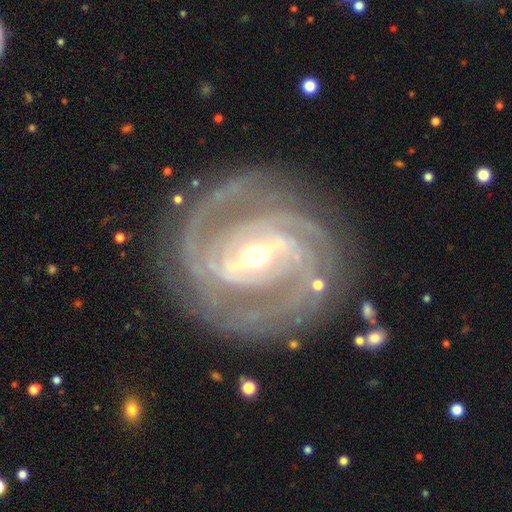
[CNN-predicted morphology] Q: Smooth or featured?
A: featured or disk (92%); runner-up: star or artifact (4%)
Q: Edge-on disk?
A: no (96%); runner-up: yes (4%)
Q: Bar?
A: strong (68%); runner-up: weak (25%)
Q: Spiral arms?
A: yes (97%); runner-up: no (3%)
Q: Spiral winding?
A: tight (57%); runner-up: medium (35%)
Q: Spiral arm count?
A: 2 (42%); runner-up: 3 (22%)
Q: Bulge size?
A: moderate (59%); runner-up: small (33%)
Q: Merging?
A: none (75%); runner-up: minor disturbance (14%)